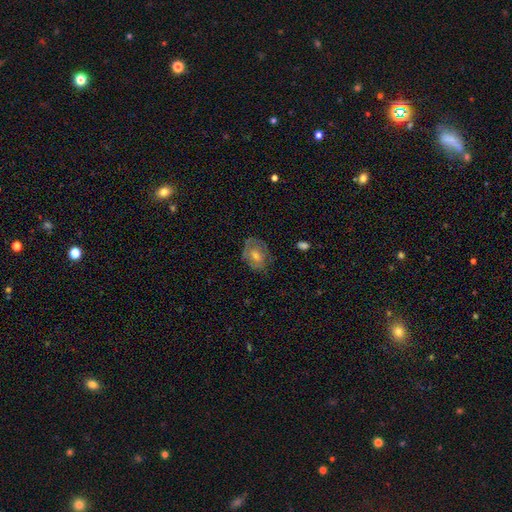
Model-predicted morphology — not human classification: Smooth or featured: featured or disk — 58% (smooth — 30%)
Edge-on disk: no — 95% (yes — 5%)
Bar: no — 64% (weak — 29%)
Spiral arms: yes — 62% (no — 38%)
Bulge size: moderate — 56% (small — 38%)
Merging: none — 73% (minor disturbance — 18%)